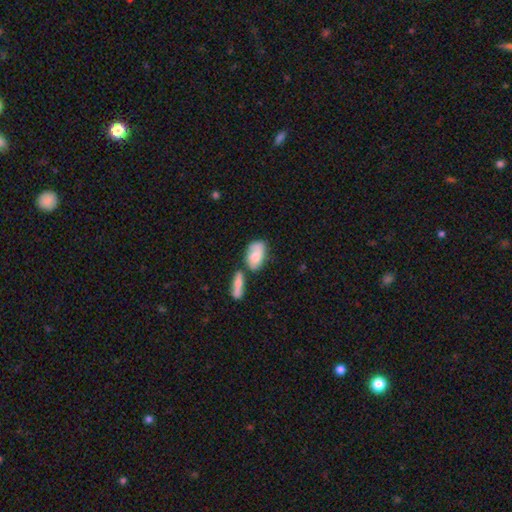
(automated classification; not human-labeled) smooth_or_featured: smooth (p=0.67) [alt: featured or disk p=0.26]
how_rounded: in between (p=0.89) [alt: round p=0.07]
merging: none (p=0.44) [alt: merger p=0.25]